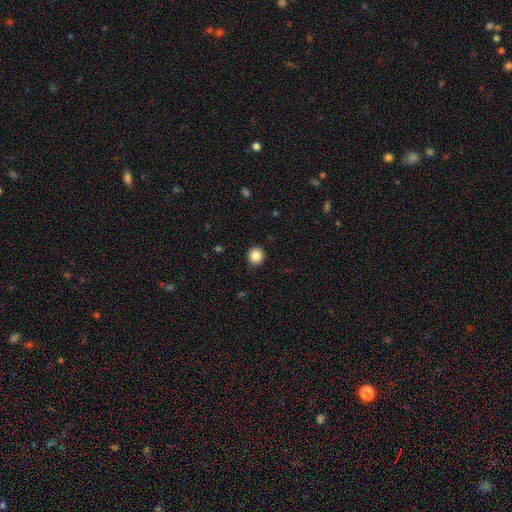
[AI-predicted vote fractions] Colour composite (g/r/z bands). It shows a smooth galaxy with no disk features (85%) that is round (88%). Merging: none (91%).